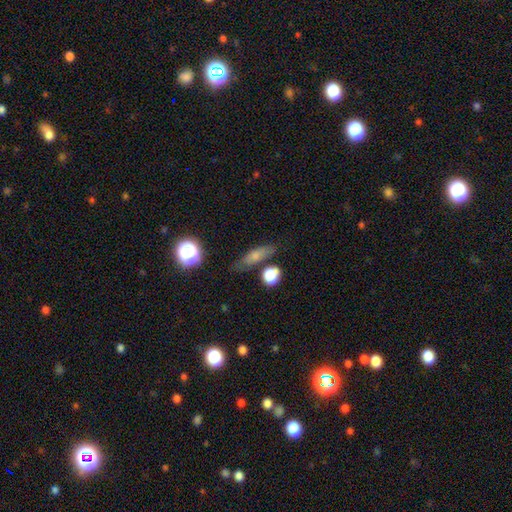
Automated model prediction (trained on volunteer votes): Overall: smooth (64%). How rounded: cigar-shaped (44%; in between 42%). Merging: none (69%).